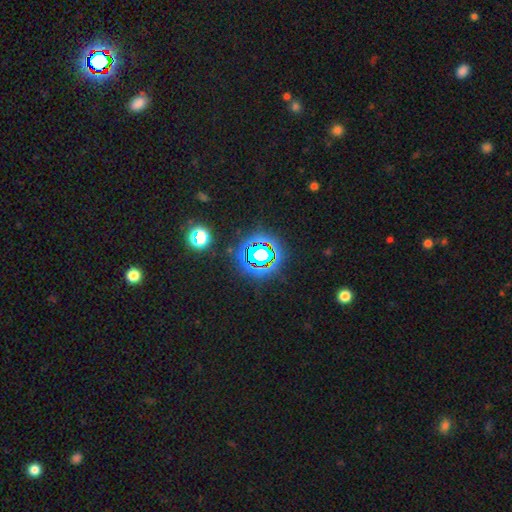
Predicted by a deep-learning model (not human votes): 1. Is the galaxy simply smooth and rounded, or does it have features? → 80% star or artifact, 13% smooth, 7% featured or disk.